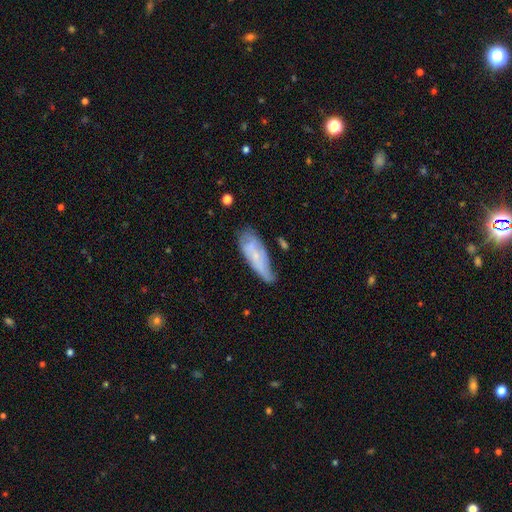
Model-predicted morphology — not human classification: type=smooth (46%, tied with featured or disk); merging=none (50%).